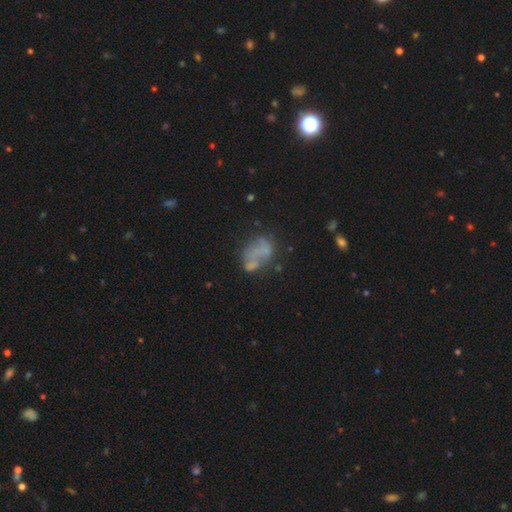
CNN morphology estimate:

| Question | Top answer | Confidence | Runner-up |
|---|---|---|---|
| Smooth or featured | featured or disk | 45% | smooth (39%) |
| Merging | none | 42% | minor disturbance (20%) |